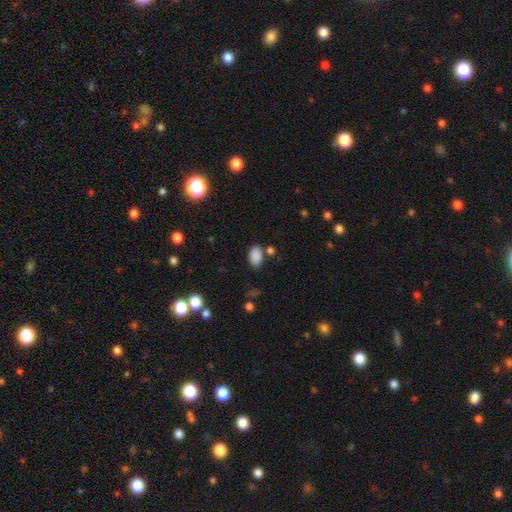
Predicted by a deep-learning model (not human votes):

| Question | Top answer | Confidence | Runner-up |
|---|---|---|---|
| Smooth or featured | smooth | 87% | star or artifact (9%) |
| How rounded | in between | 90% | round (9%) |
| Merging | none | 73% | minor disturbance (14%) |